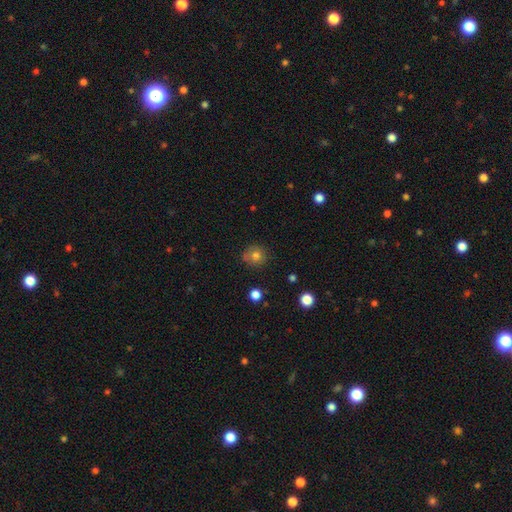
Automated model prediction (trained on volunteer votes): Smooth or featured?
  - smooth: 77% *
  - star or artifact: 13%
  - featured or disk: 10%
How rounded?
  - round: 90% *
  - in between: 9%
  - cigar-shaped: 1%
Merging?
  - none: 78% *
  - minor disturbance: 14%
  - merger: 4%
  - major disturbance: 4%